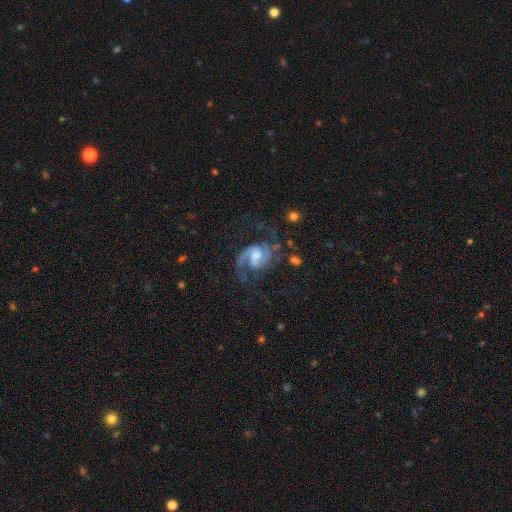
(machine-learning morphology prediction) Smooth or featured? Predicted: featured or disk (p=0.89). Edge-on disk? Predicted: no (p=0.98). Bar? Predicted: weak (p=0.49). Spiral arms? Predicted: yes (p=0.97). Spiral winding? Predicted: medium (p=0.55). Spiral arm count? Predicted: 2 (p=0.85). Bulge size? Predicted: moderate (p=0.52). Merging? Predicted: none (p=0.61).